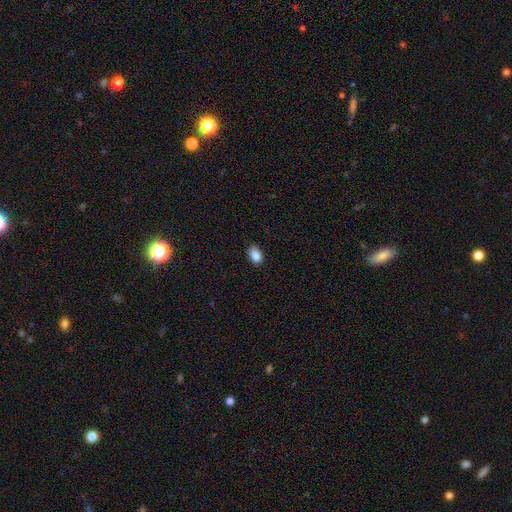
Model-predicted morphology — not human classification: smooth_or_featured: smooth (p=0.87) [alt: star or artifact p=0.09]
how_rounded: in between (p=0.85) [alt: round p=0.13]
merging: none (p=0.84) [alt: minor disturbance p=0.13]